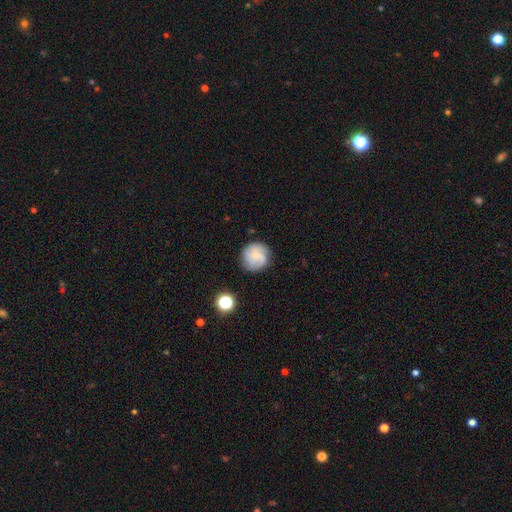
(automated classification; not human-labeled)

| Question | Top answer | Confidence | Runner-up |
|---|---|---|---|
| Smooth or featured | smooth | 48% | featured or disk (42%) |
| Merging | none | 78% | minor disturbance (15%) |